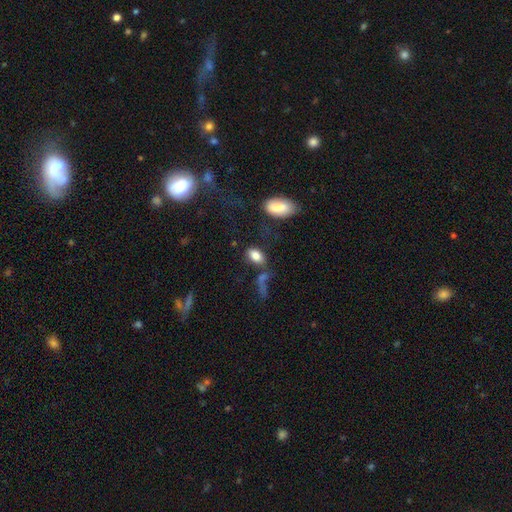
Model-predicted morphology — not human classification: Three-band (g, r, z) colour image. It shows a smooth galaxy with no disk features (82%) that is in between round and cigar-shaped (90%). Merging: none (56%).